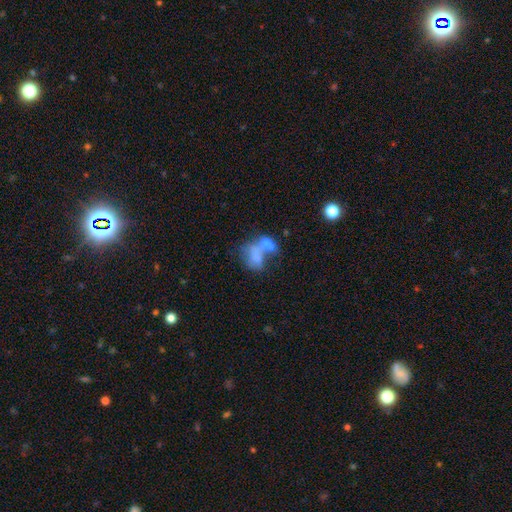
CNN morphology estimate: Smooth or featured?
  - smooth: 54% *
  - featured or disk: 33%
  - star or artifact: 12%
How rounded?
  - in between: 77% *
  - round: 20%
  - cigar-shaped: 3%
Merging?
  - merger: 57% *
  - major disturbance: 18%
  - none: 16%
  - minor disturbance: 9%